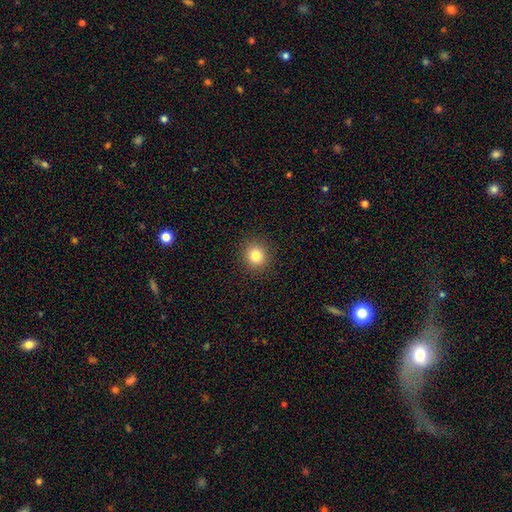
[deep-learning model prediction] A smooth galaxy with no disk features (82%) that is round (88%).

Vote fractions:
- Smooth or featured? smooth: 82% / star or artifact: 12% / featured or disk: 6%
- How rounded? round: 88% / in between: 12% / cigar-shaped: 1%
- Merging? none: 92% / minor disturbance: 5% / major disturbance: 2% / merger: 1%